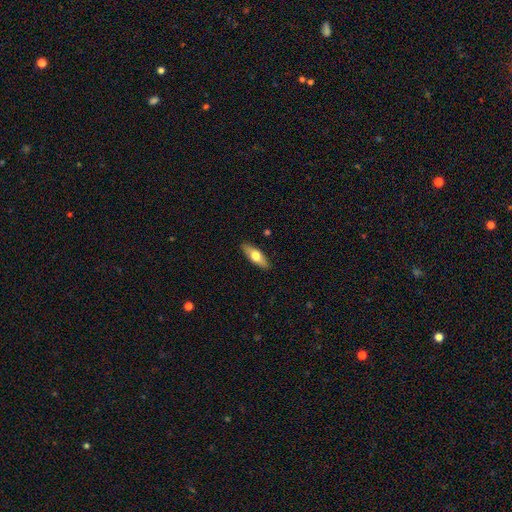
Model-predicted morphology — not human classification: Overall: smooth (64%; featured or disk 31%). How rounded: in between (69%). Merging: none (88%).